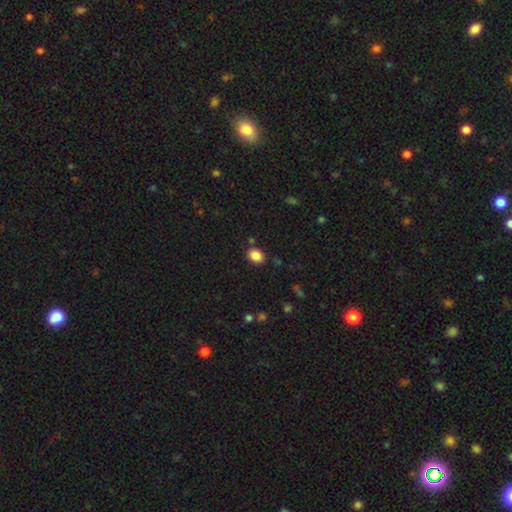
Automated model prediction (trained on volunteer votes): Smooth or featured? smooth (87%)
How rounded? in between (57%)
Merging? none (84%)